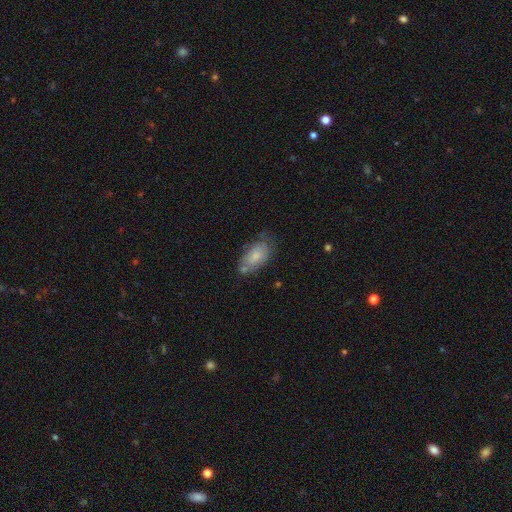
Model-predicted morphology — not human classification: This appears to be a smooth galaxy with no disk features (72%) that is in between round and cigar-shaped (92%). Merging: none (53%).